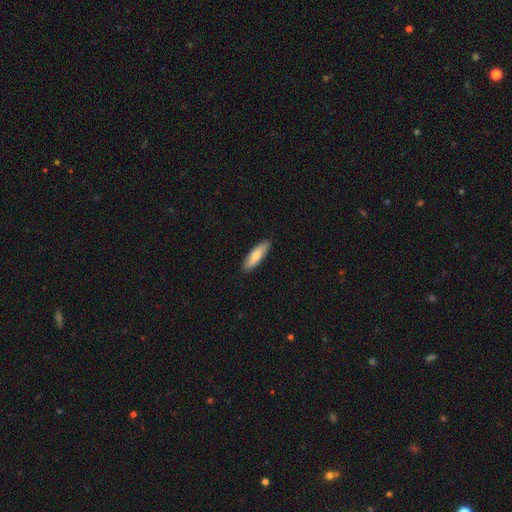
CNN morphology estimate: Smooth or featured?
  - smooth: 77% *
  - featured or disk: 18%
  - star or artifact: 5%
How rounded?
  - cigar-shaped: 55% *
  - in between: 43%
  - round: 2%
Merging?
  - none: 89% *
  - minor disturbance: 9%
  - major disturbance: 2%
  - merger: 1%